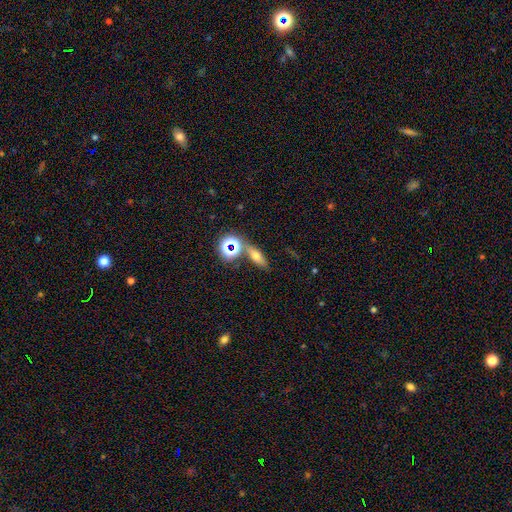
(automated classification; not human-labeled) smooth_or_featured: smooth (p=0.52) [alt: featured or disk p=0.24]
how_rounded: in between (p=0.47) [alt: cigar-shaped p=0.38]
merging: none (p=0.70) [alt: merger p=0.14]